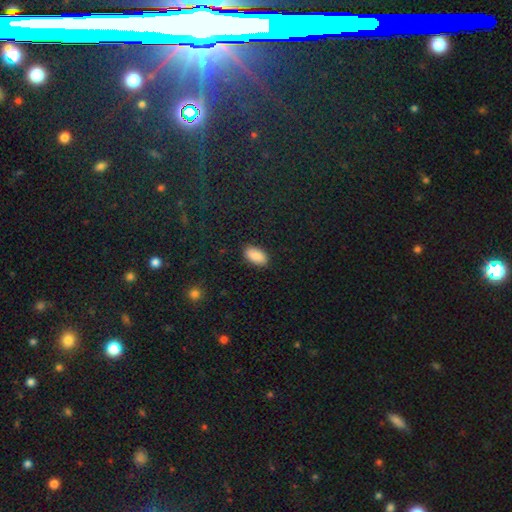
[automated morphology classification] smooth-or-featured: smooth: 89% | star or artifact: 7% | featured or disk: 4%
  how-rounded: in between: 94% | round: 3% | cigar-shaped: 3%
  merging: none: 87% | minor disturbance: 9% | major disturbance: 2% | merger: 1%